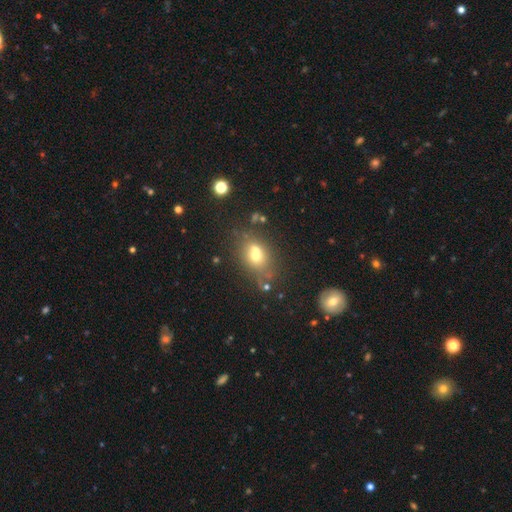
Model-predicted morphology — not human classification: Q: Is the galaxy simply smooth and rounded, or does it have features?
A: smooth — 60%.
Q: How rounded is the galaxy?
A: in between — 56%.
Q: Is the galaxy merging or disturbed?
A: none — 41%.